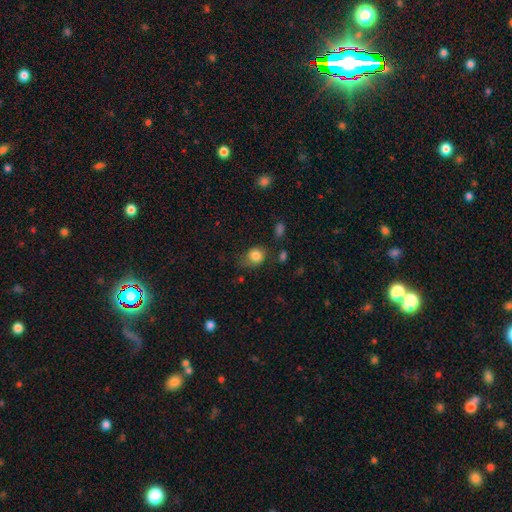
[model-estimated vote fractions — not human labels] Smooth or featured? smooth (83%)
How rounded? round (67%)
Merging? none (57%)